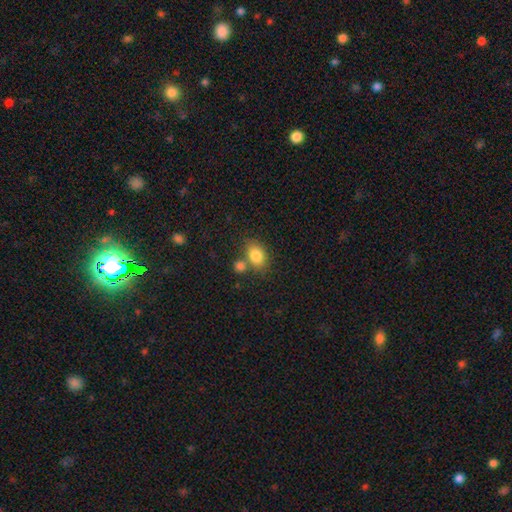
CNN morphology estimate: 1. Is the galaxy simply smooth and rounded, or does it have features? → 83% smooth, 9% star or artifact, 8% featured or disk.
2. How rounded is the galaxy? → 68% in between, 30% round, 1% cigar-shaped.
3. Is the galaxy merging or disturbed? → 61% none, 23% merger, 13% minor disturbance, 4% major disturbance.